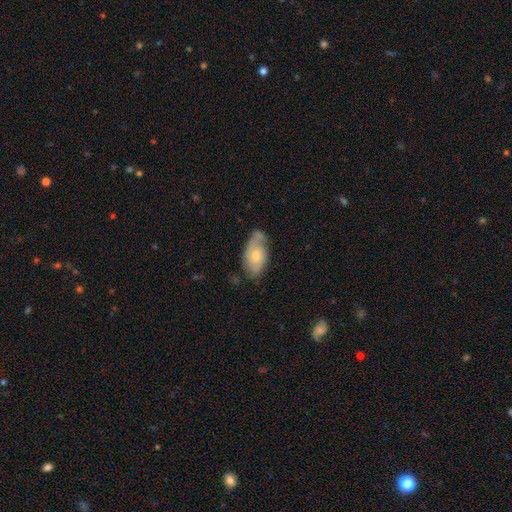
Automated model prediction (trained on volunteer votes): This is possibly a featured or disk galaxy (49%). Merging: possibly none (54%).